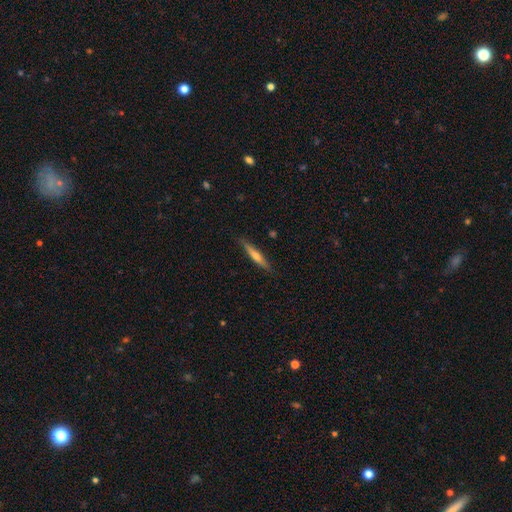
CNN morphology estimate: smooth_or_featured: featured or disk (p=0.49) [alt: smooth p=0.44]
merging: none (p=0.87) [alt: minor disturbance p=0.10]